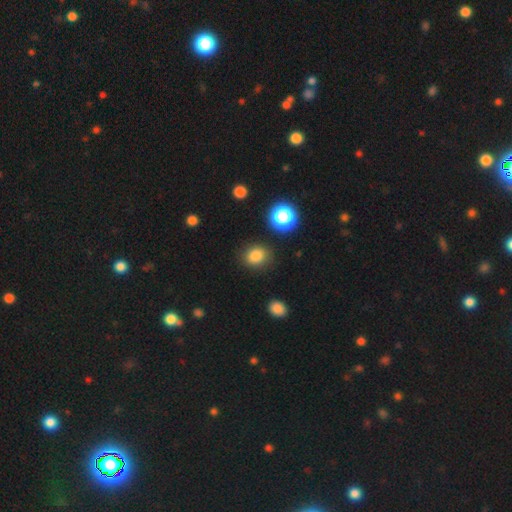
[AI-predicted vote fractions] Smooth or featured? Predicted: smooth (p=0.83). How rounded? Predicted: round (p=0.65). Merging? Predicted: none (p=0.84).